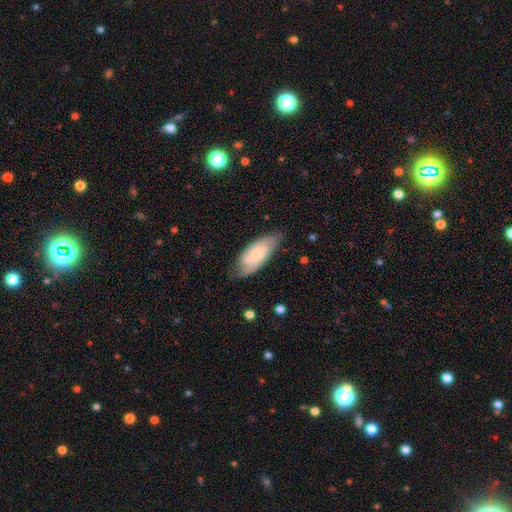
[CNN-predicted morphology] Smooth or featured? featured or disk (56%)
Edge-on disk? no (90%)
Bar? no (50%)
Spiral arms? yes (91%)
Bulge size? small (56%)
Merging? none (73%)